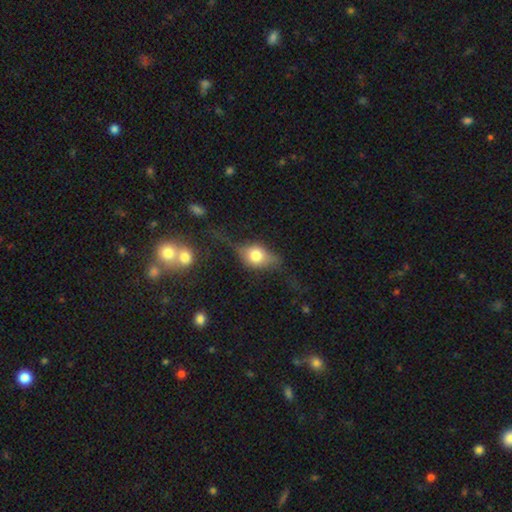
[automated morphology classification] Q: Smooth or featured?
A: featured or disk (45%); tied with: smooth (45%)
Q: Merging?
A: none (52%); runner-up: minor disturbance (23%)